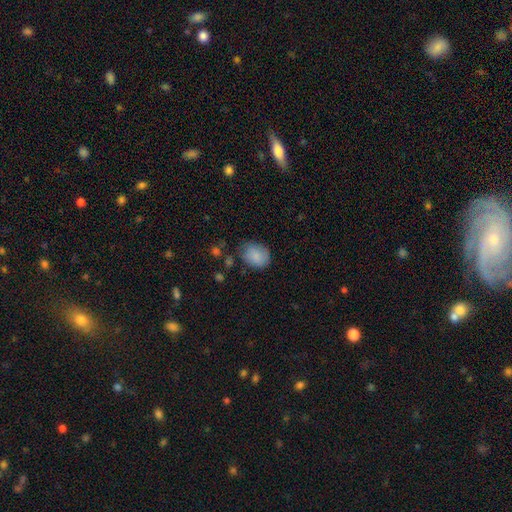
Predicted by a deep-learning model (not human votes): A smooth galaxy with no disk features (85%) that is in between round and cigar-shaped (52%).

Vote fractions:
- Smooth or featured? smooth: 85% / featured or disk: 7% / star or artifact: 7%
- How rounded? in between: 52% / round: 47% / cigar-shaped: 1%
- Merging? none: 69% / minor disturbance: 22% / major disturbance: 6% / merger: 3%